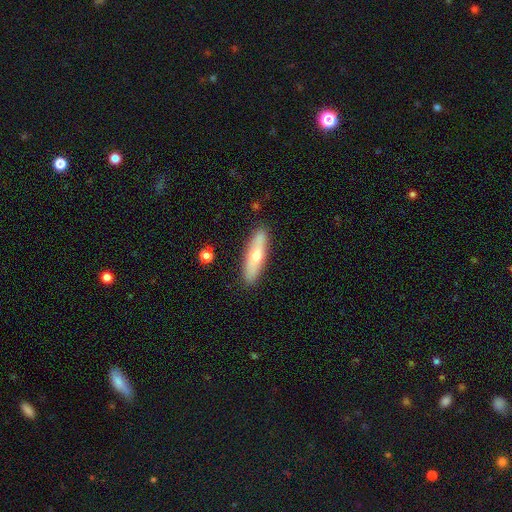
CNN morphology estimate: Smooth or featured: smooth — 62% (featured or disk — 32%)
How rounded: cigar-shaped — 71% (in between — 28%)
Merging: none — 87% (minor disturbance — 9%)